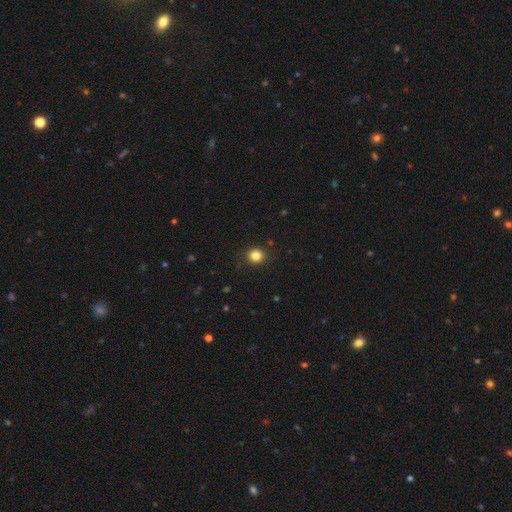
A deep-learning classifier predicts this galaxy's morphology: Smooth or featured?
  - smooth: 83% *
  - star or artifact: 12%
  - featured or disk: 5%
How rounded?
  - round: 84% *
  - in between: 15%
  - cigar-shaped: 1%
Merging?
  - none: 90% *
  - minor disturbance: 7%
  - major disturbance: 2%
  - merger: 1%